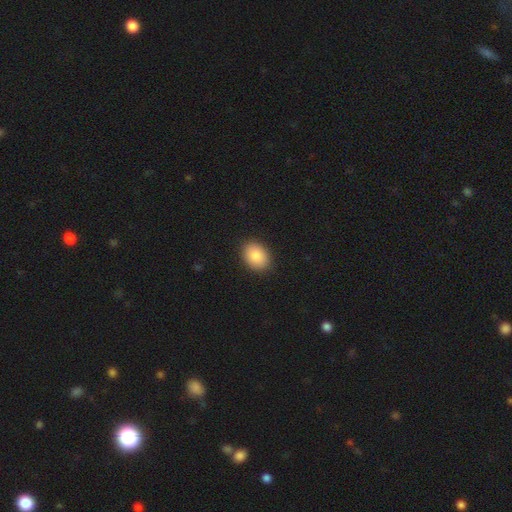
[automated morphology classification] The model was most divided on "how rounded": in between: 71%, round: 28%, cigar-shaped: 1%. More confident: merging — none (89%); smooth or featured — smooth (88%).